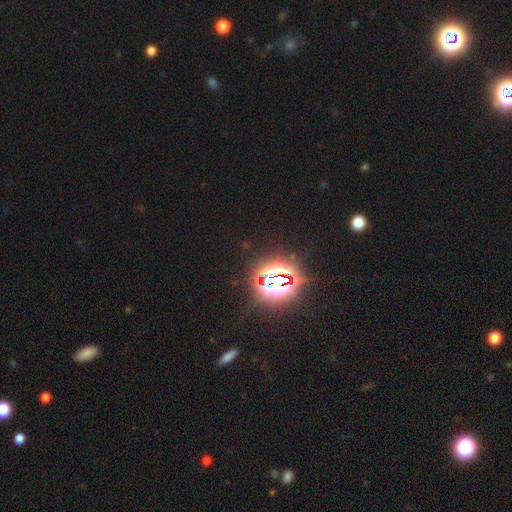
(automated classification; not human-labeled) This appears to be a star or artifact, not a galaxy (83%).